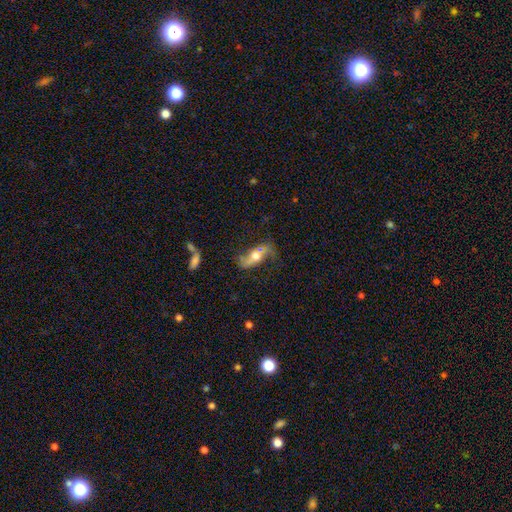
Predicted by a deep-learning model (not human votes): Q: Smooth or featured?
A: featured or disk (70%); runner-up: smooth (22%)
Q: Edge-on disk?
A: no (82%); runner-up: yes (18%)
Q: Bar?
A: no (55%); runner-up: weak (31%)
Q: Spiral arms?
A: yes (85%); runner-up: no (15%)
Q: Bulge size?
A: moderate (59%); runner-up: large (25%)
Q: Merging?
A: none (57%); runner-up: minor disturbance (21%)